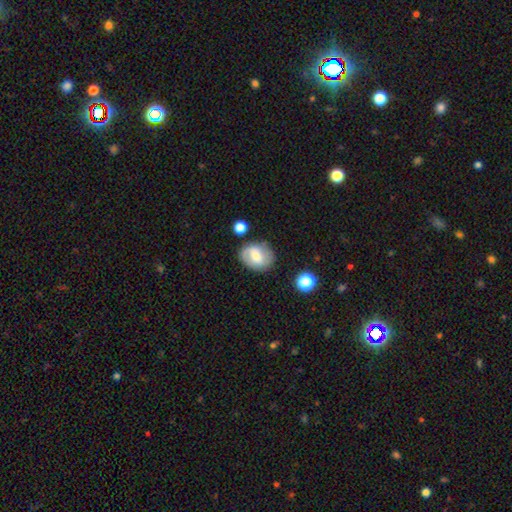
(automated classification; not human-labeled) smooth_or_featured: smooth (p=0.48) [alt: featured or disk p=0.44]
merging: none (p=0.69) [alt: minor disturbance p=0.20]